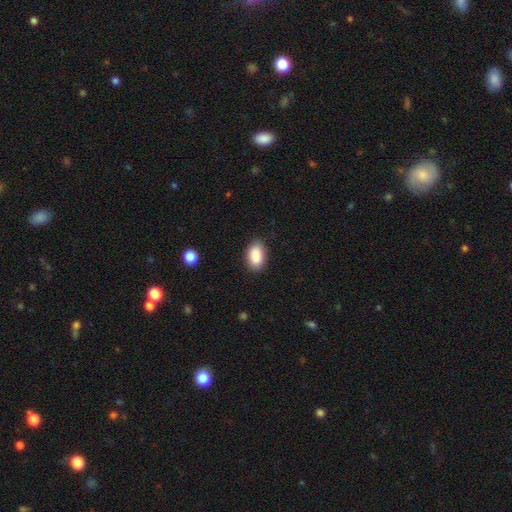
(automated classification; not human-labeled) This is clearly a smooth galaxy (88%). How rounded: clearly in between (92%). Merging: clearly none (86%).